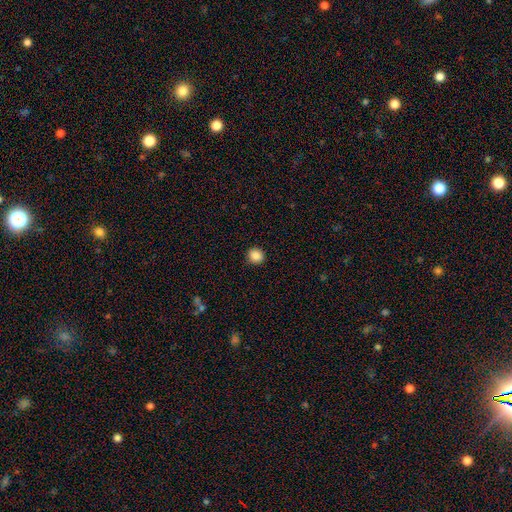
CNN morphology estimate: This appears to be a smooth galaxy with no disk features (88%) that is round (88%). Merging: none (90%).